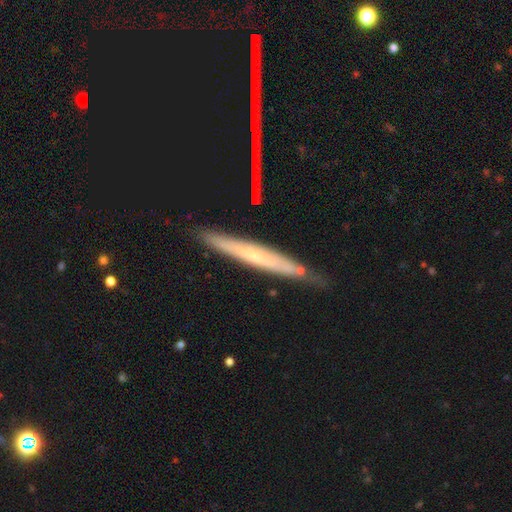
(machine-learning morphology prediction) Smooth or featured?
  - featured or disk: 63% *
  - smooth: 30%
  - star or artifact: 7%
Edge-on disk?
  - yes: 87% *
  - no: 13%
Edge-on bulge?
  - none: 57% *
  - rounded: 38%
  - boxy: 5%
Merging?
  - none: 75% *
  - minor disturbance: 18%
  - merger: 4%
  - major disturbance: 4%